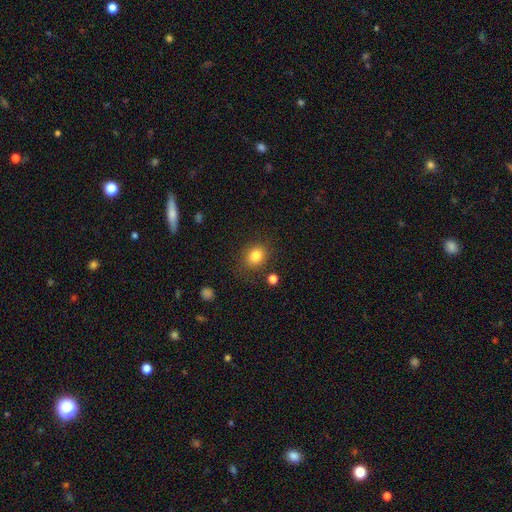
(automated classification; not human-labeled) Smooth or featured? Predicted: smooth (p=0.83). How rounded? Predicted: round (p=0.68). Merging? Predicted: none (p=0.82).